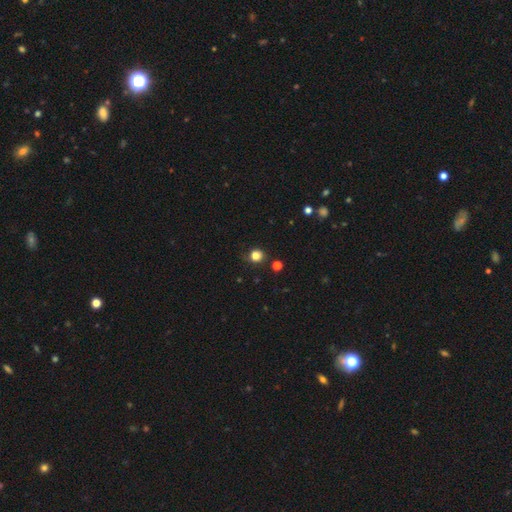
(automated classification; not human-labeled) Smooth or featured? smooth (81%)
How rounded? round (86%)
Merging? none (77%)